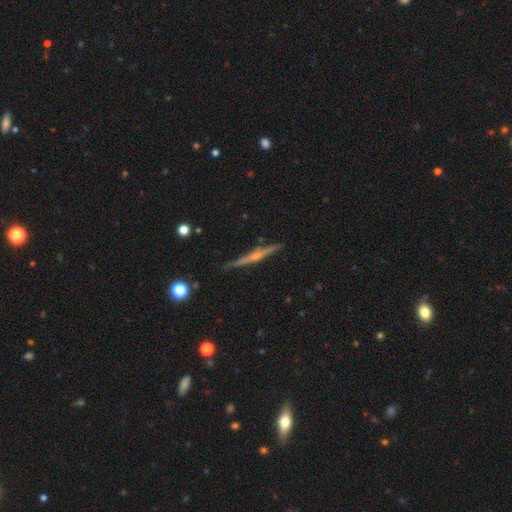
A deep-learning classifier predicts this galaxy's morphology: type=featured or disk (76%); edge-on=yes (98%); edge-on bulge=rounded (74%); merging=none (89%).